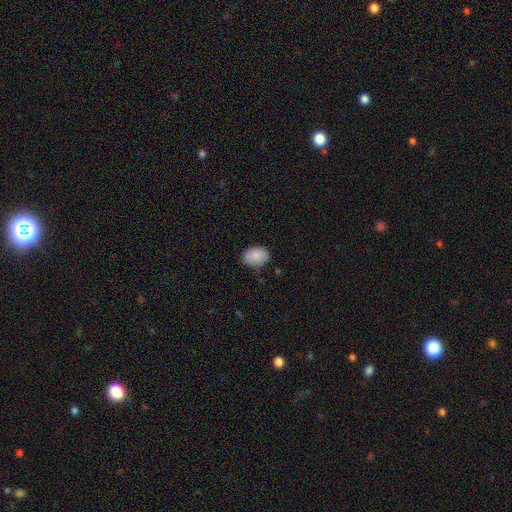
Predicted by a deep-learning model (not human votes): smooth 87%, star or artifact 7%, featured or disk 6%. Down the decision tree: how rounded — in between (79%); merging — none (81%).